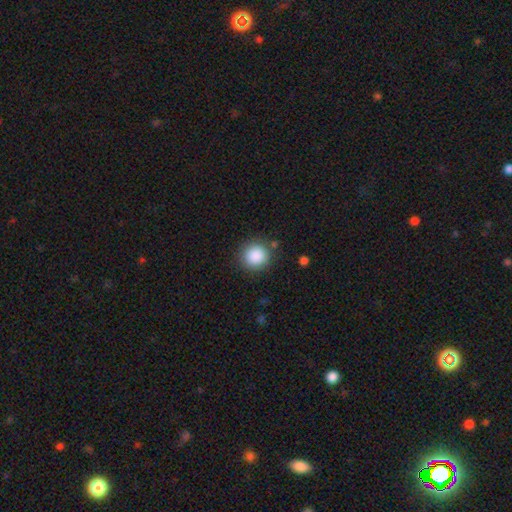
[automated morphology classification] smooth-or-featured: smooth: 88% | star or artifact: 9% | featured or disk: 3%
  how-rounded: round: 92% | in between: 7% | cigar-shaped: 1%
  merging: none: 87% | minor disturbance: 8% | major disturbance: 3% | merger: 2%